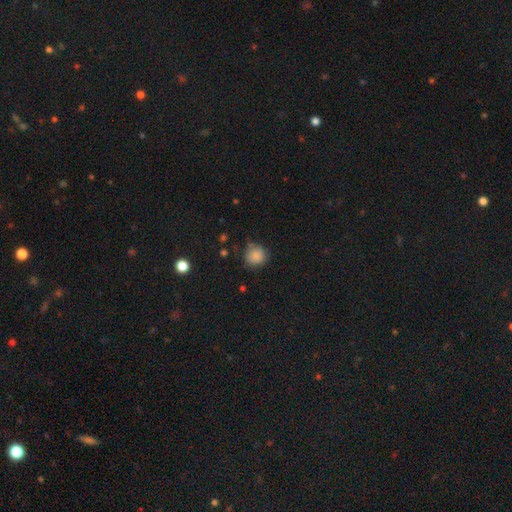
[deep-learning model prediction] smooth 84%, star or artifact 10%, featured or disk 6%. Down the decision tree: how rounded — round (88%); merging — none (70%).